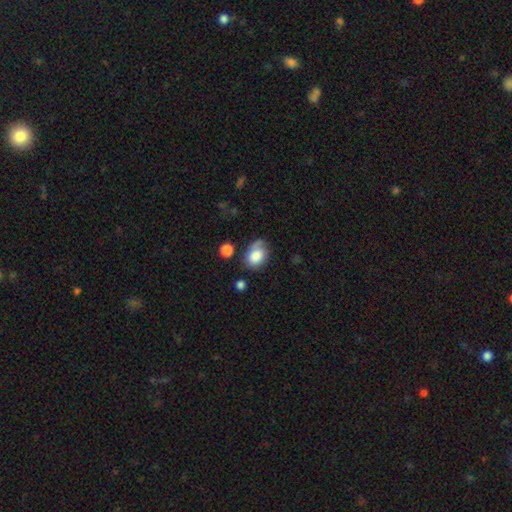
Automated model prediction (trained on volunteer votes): Smooth or featured: smooth — 76% (featured or disk — 16%)
How rounded: in between — 75% (round — 24%)
Merging: none — 51% (minor disturbance — 27%)